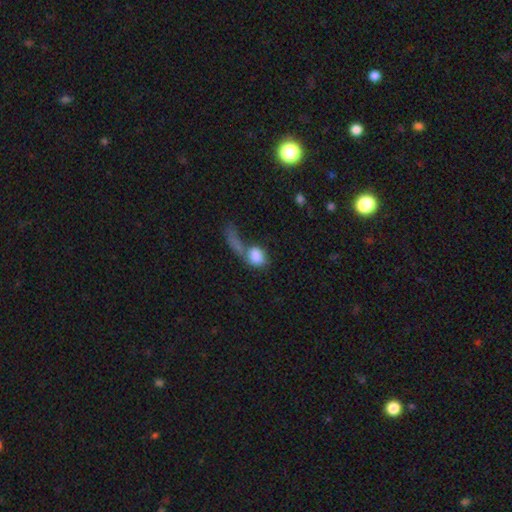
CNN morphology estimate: A smooth galaxy with no disk features (78%) that is in between round and cigar-shaped (54%). Merging: merger (38%).